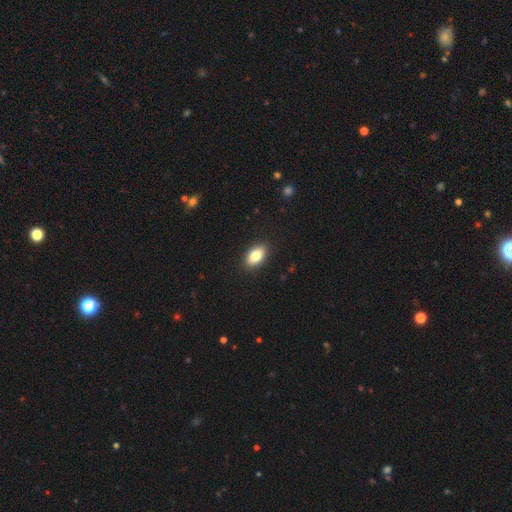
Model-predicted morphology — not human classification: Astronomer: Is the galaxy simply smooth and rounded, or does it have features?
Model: smooth — 83%.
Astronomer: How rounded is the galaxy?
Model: in between — 91%.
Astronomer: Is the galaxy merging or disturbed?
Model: none — 90%.